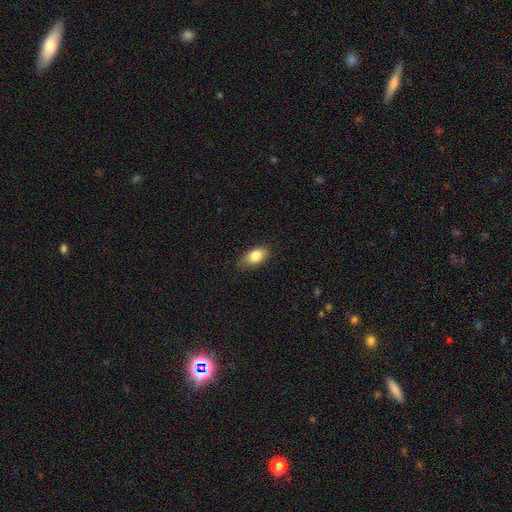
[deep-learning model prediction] Smooth or featured? smooth (80%)
How rounded? in between (87%)
Merging? none (79%)